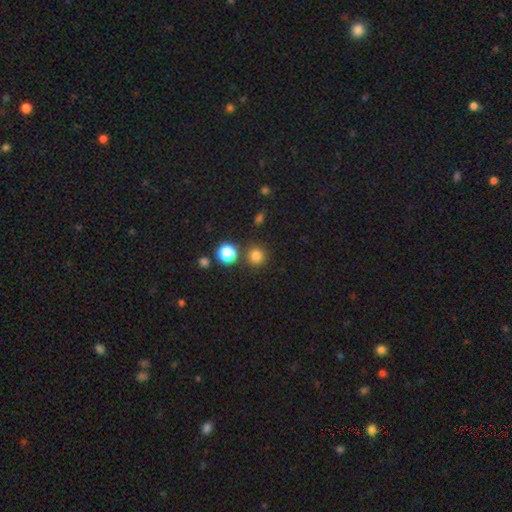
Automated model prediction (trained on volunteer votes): A smooth galaxy with no disk features (80%) that is round (93%). Merging: none (83%).